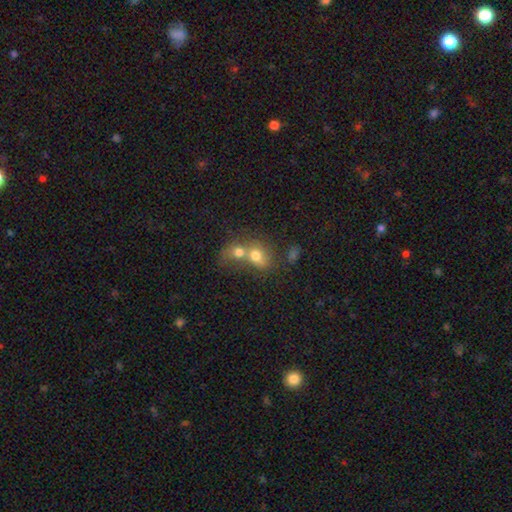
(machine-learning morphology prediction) A smooth galaxy with no disk features (70%) that is round (52%). Merging: merger (70%).